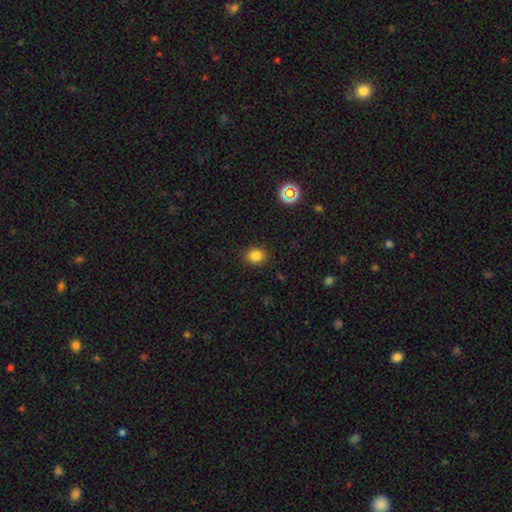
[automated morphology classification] A smooth galaxy with no disk features (82%) that is round (64%).

Vote fractions:
- Smooth or featured? smooth: 82% / star or artifact: 12% / featured or disk: 5%
- How rounded? round: 64% / in between: 35% / cigar-shaped: 1%
- Merging? none: 89% / minor disturbance: 8% / major disturbance: 2% / merger: 1%